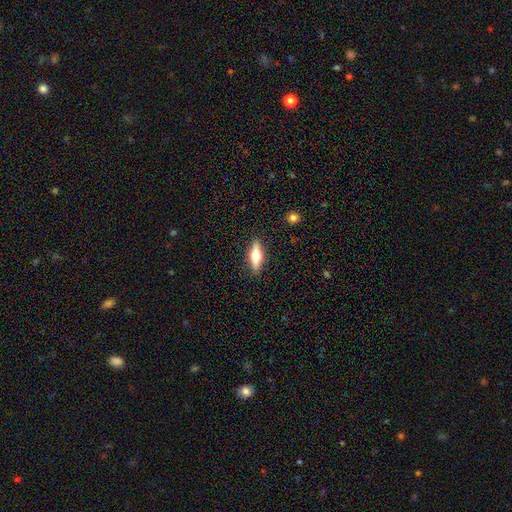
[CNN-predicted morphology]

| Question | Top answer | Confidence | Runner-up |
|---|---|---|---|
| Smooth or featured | featured or disk | 57% | smooth (36%) |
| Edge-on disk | yes | 94% | no (6%) |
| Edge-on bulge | rounded | 95% | boxy (3%) |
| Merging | none | 89% | minor disturbance (8%) |